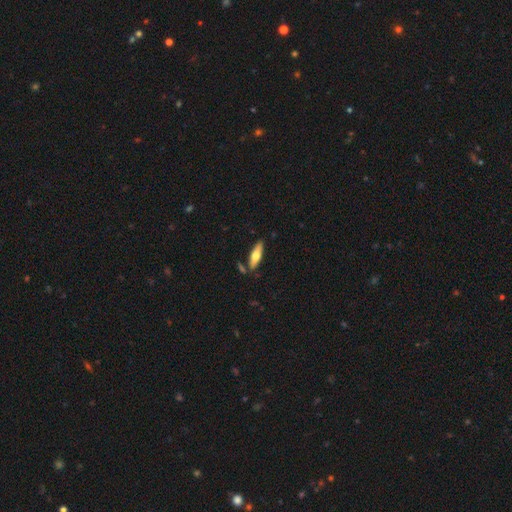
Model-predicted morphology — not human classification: This is possibly a smooth galaxy (57%). How rounded: possibly cigar-shaped (55%). Merging: clearly none (81%).